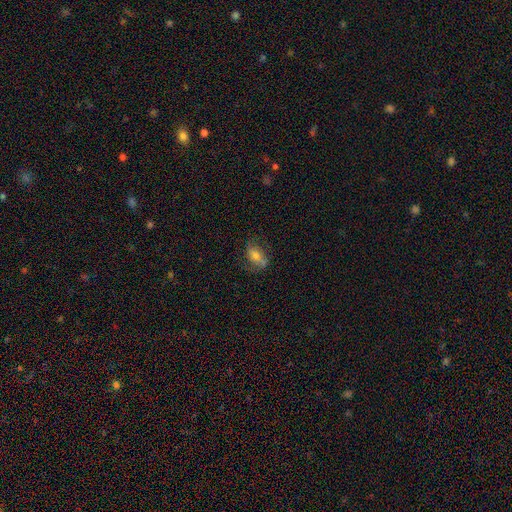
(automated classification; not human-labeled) Smooth or featured? Predicted: smooth (p=0.51). How rounded? Predicted: in between (p=0.79). Merging? Predicted: none (p=0.61).